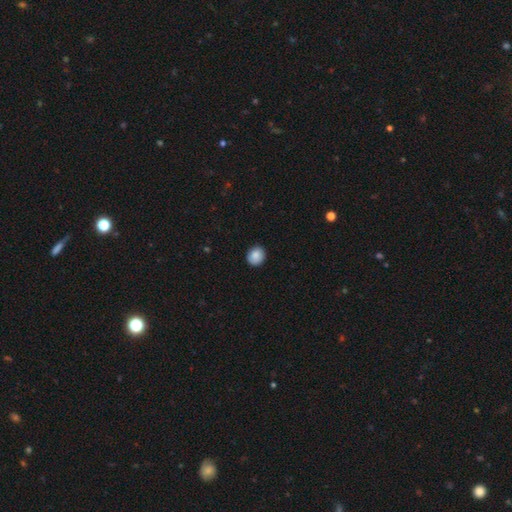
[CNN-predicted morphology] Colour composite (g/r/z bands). It shows a smooth galaxy with no disk features (87%) that is round (78%). Merging: none (88%).